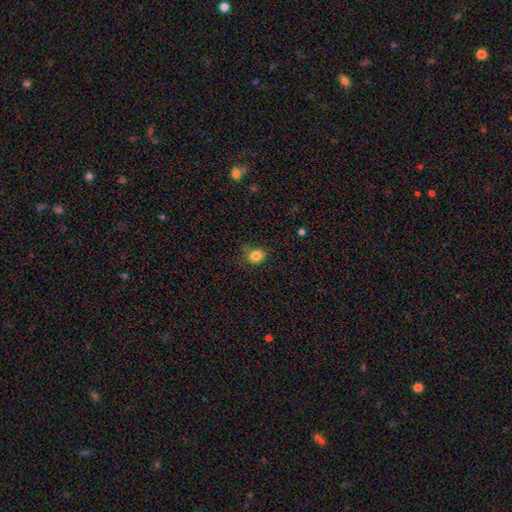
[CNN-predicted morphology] Q: Smooth or featured?
A: smooth (83%); runner-up: star or artifact (11%)
Q: How rounded?
A: round (65%); runner-up: in between (34%)
Q: Merging?
A: none (71%); runner-up: minor disturbance (22%)